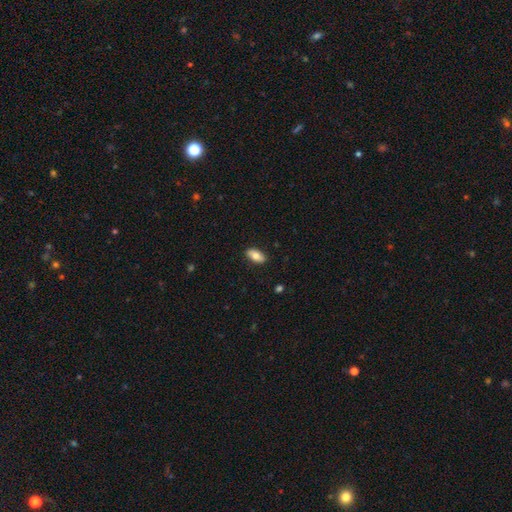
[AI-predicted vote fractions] A smooth galaxy with no disk features (76%) that is in between round and cigar-shaped (90%).

Vote fractions:
- Smooth or featured? smooth: 76% / featured or disk: 18% / star or artifact: 6%
- How rounded? in between: 90% / cigar-shaped: 6% / round: 4%
- Merging? none: 87% / minor disturbance: 10% / major disturbance: 2% / merger: 1%